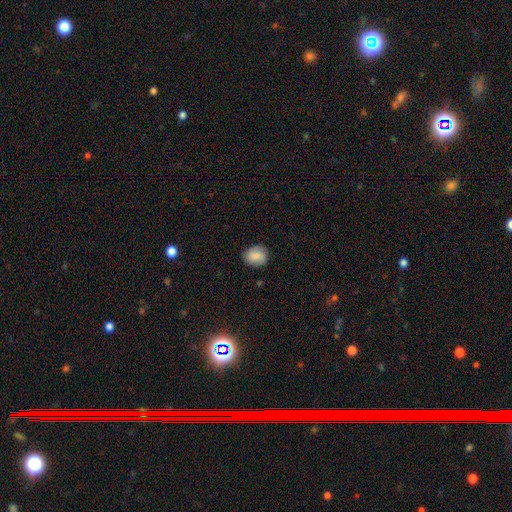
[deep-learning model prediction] A smooth galaxy with no disk features (81%) that is round (67%). Merging: none (81%).